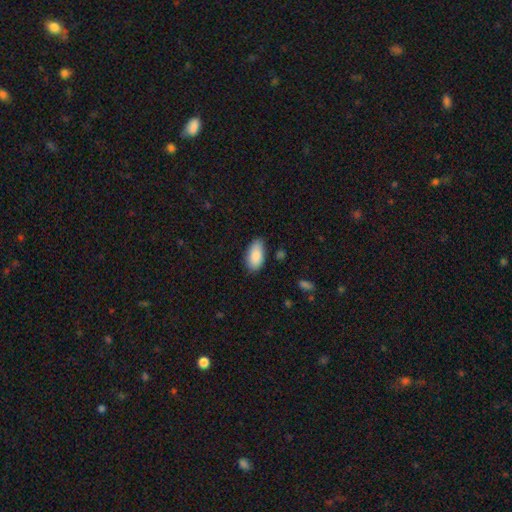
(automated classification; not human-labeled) Morphology: type=smooth (89%); roundness=in between (93%); merging=none (78%).